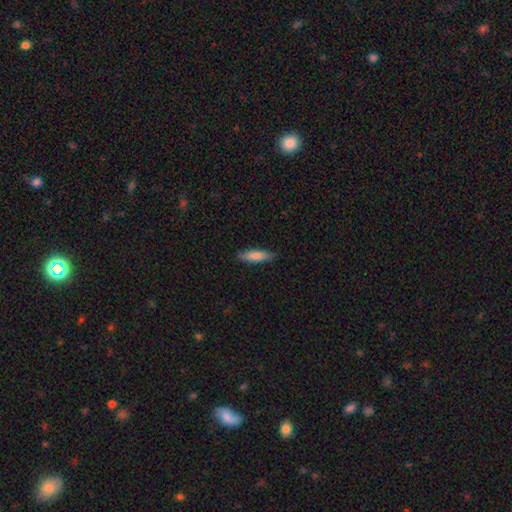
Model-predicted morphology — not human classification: Smooth or featured: smooth — 78% (featured or disk — 16%)
How rounded: cigar-shaped — 70% (in between — 29%)
Merging: none — 87% (minor disturbance — 10%)